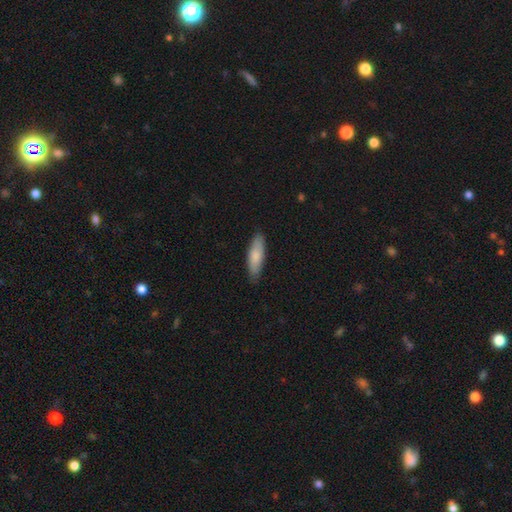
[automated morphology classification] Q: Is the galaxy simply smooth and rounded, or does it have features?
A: smooth — 82%.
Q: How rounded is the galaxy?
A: cigar-shaped — 52%.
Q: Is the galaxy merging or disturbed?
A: none — 85%.